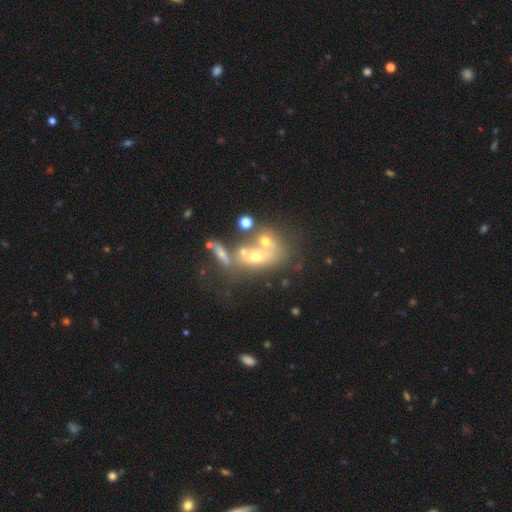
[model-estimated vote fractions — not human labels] Morphology: type=featured or disk (45%); merging=merger (53%).